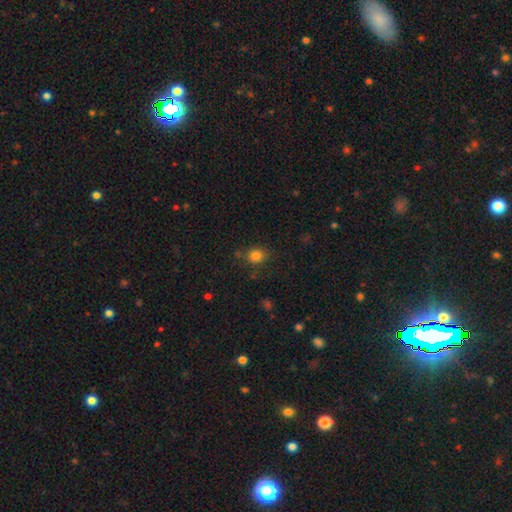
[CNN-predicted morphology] This appears to be a smooth galaxy with no disk features (81%) that is round (65%). Merging: none (75%).